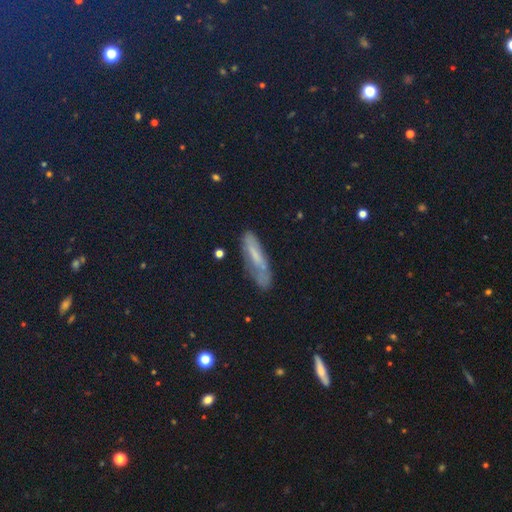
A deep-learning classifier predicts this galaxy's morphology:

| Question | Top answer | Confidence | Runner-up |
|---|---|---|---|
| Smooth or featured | smooth | 41% | star or artifact (32%) |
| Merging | none | 67% | minor disturbance (21%) |